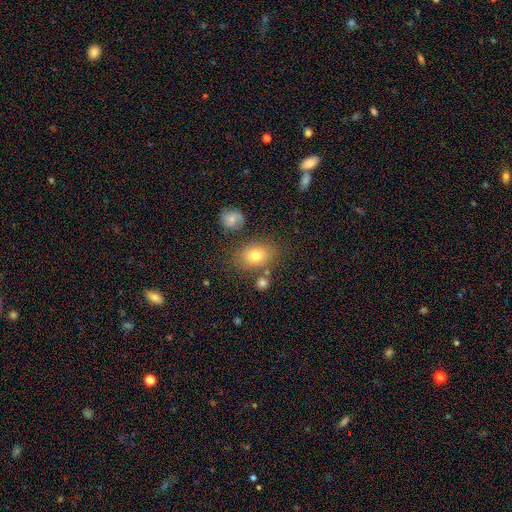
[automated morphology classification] The model was most divided on "how rounded": in between: 61%, round: 37%, cigar-shaped: 1%. More confident: merging — none (74%); smooth or featured — smooth (74%).